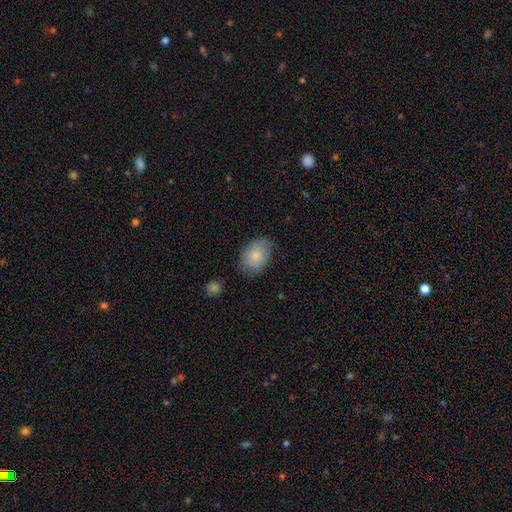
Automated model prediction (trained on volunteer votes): This appears to be a smooth galaxy with no disk features (79%) that is in between round and cigar-shaped (74%). Merging: none (69%).